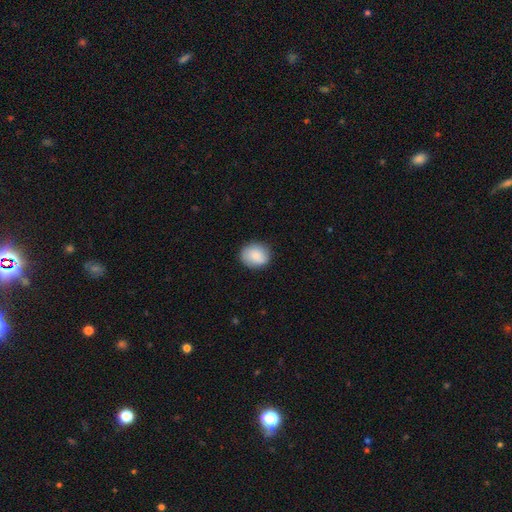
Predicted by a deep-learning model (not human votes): smooth-or-featured: smooth: 84% | featured or disk: 9% | star or artifact: 7%
  how-rounded: round: 69% | in between: 30% | cigar-shaped: 1%
  merging: none: 85% | minor disturbance: 12% | major disturbance: 3% | merger: 1%